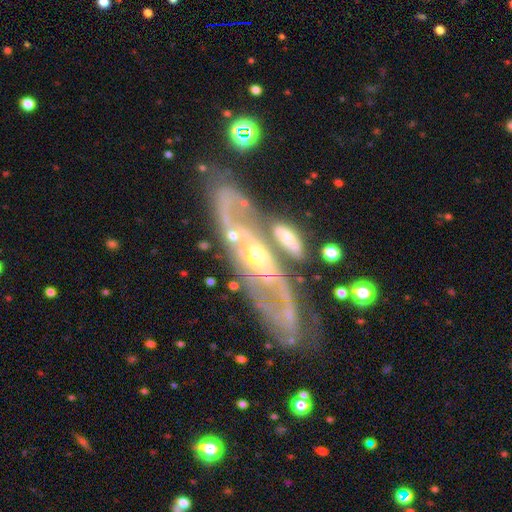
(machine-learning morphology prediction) featured or disk 82%, smooth 12%, star or artifact 6%. Down the decision tree: edge-on disk — no (86%); bar — no (69%); spiral arms — yes (81%); spiral arm count — 2 (43%); spiral winding — tight (41%); bulge size — small (46%, tied with moderate); merging — none (39%).